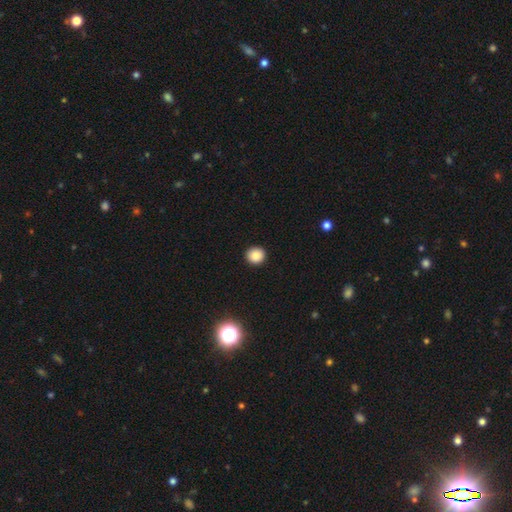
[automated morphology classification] This appears to be a smooth galaxy with no disk features (86%) that is round (91%). Merging: none (93%).